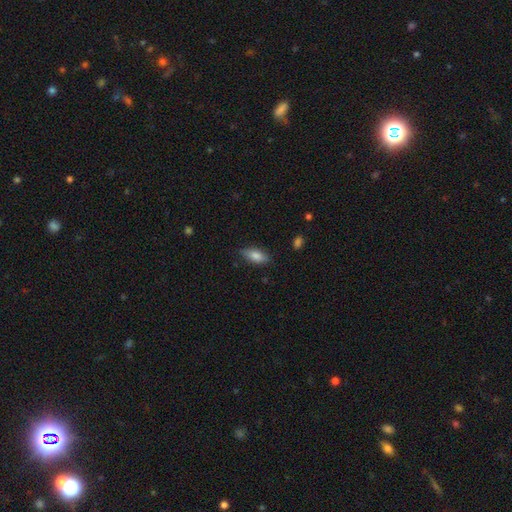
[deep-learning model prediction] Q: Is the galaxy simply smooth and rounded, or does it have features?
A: smooth — 80%.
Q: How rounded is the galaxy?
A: in between — 80%.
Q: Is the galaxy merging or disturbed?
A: none — 80%.